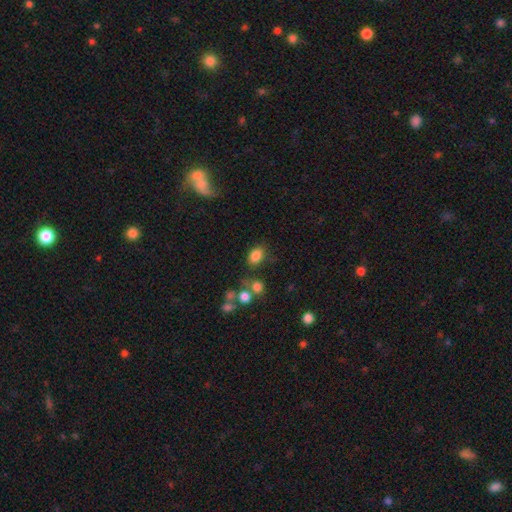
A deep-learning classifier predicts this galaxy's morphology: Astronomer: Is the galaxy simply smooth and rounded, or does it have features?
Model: smooth — 82%.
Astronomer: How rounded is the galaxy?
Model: in between — 75%.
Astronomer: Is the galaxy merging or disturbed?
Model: none — 65%.